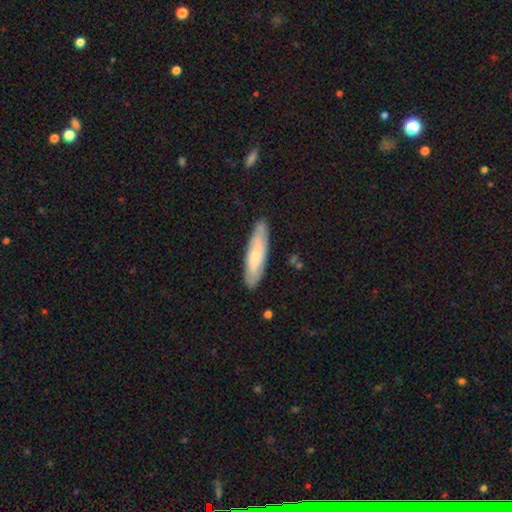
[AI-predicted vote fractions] This is possibly a smooth galaxy (51%). How rounded: likely cigar-shaped (68%). Merging: clearly none (84%).